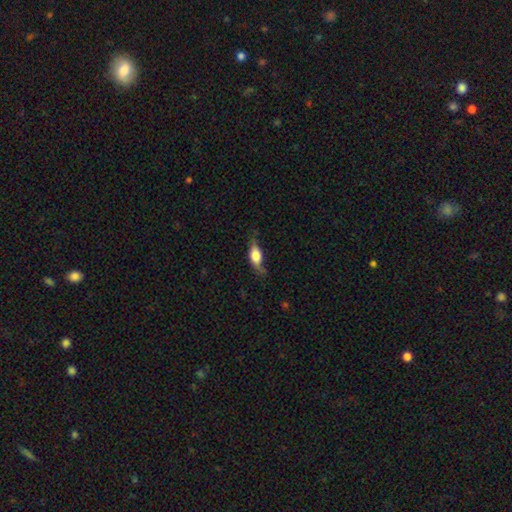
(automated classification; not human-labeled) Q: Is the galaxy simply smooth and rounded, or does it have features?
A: smooth — 62%.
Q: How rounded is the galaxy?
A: in between — 78%.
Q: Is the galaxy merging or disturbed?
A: none — 56%.